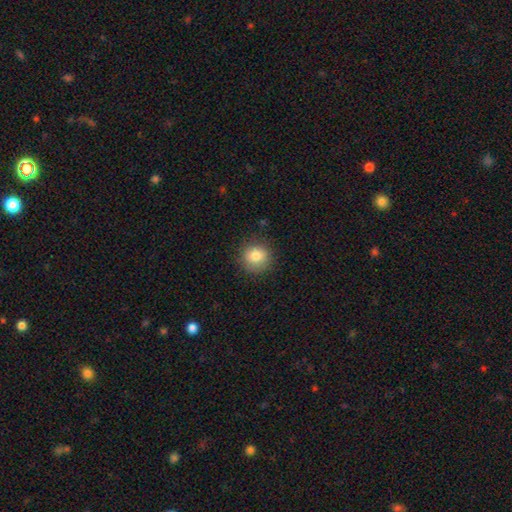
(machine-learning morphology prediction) Smooth or featured: smooth — 82% (star or artifact — 10%)
How rounded: round — 90% (in between — 9%)
Merging: none — 84% (minor disturbance — 12%)